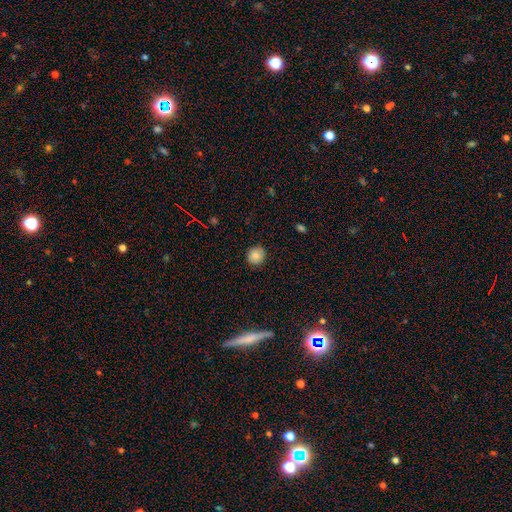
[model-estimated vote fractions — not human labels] Morphology: type=smooth (83%); roundness=round (88%); merging=none (88%).